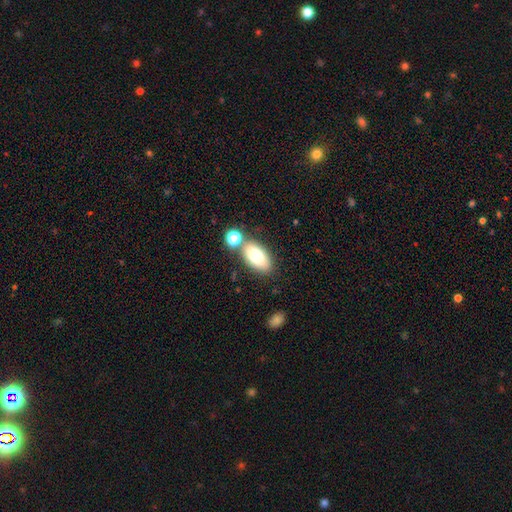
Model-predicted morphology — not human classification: Smooth or featured: smooth — 80% (featured or disk — 12%)
How rounded: in between — 92% (round — 4%)
Merging: none — 68% (merger — 16%)